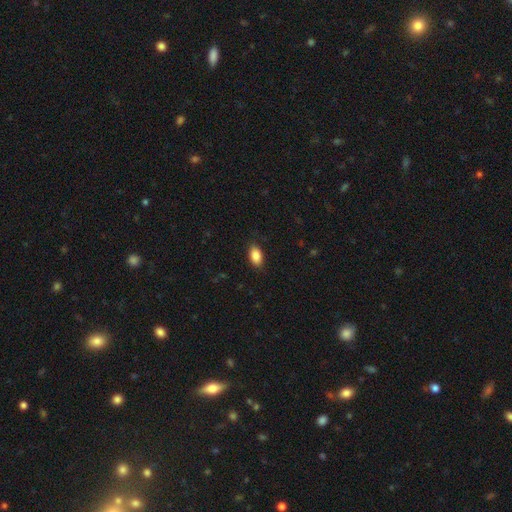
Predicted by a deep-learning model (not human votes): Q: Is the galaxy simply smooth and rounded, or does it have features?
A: smooth — 88%.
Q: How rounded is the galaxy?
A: in between — 92%.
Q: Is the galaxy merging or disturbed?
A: none — 85%.